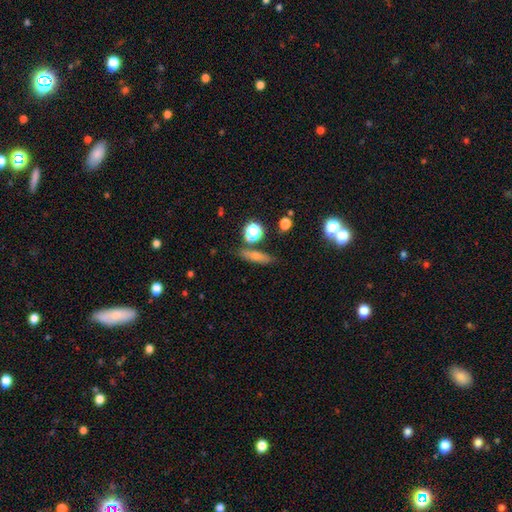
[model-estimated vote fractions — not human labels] smooth 50%, featured or disk 32%, star or artifact 17%. Down the decision tree: how rounded — cigar-shaped (63%); merging — none (79%).